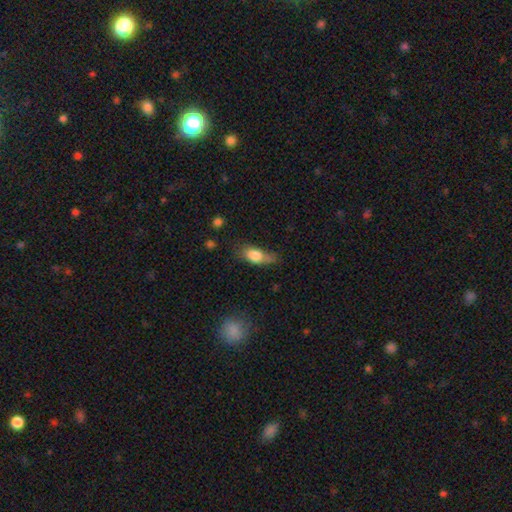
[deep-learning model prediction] A smooth galaxy with no disk features (77%) that is in between round and cigar-shaped (79%). Merging: none (39%).